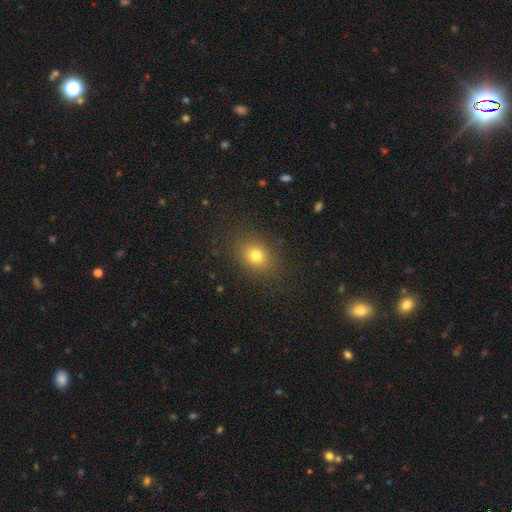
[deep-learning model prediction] Smooth or featured? Predicted: smooth (p=0.78). How rounded? Predicted: in between (p=0.50). Merging? Predicted: none (p=0.86).